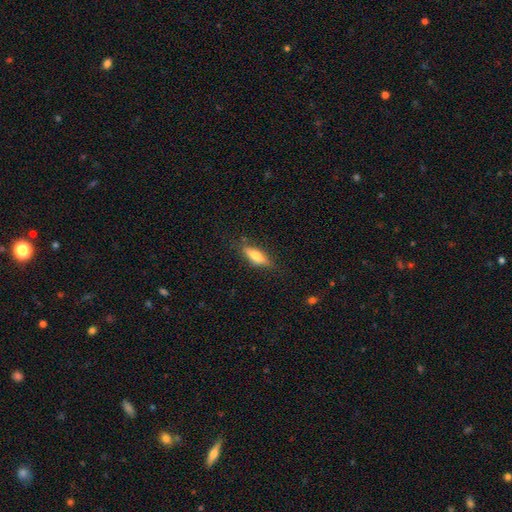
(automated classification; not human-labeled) smooth_or_featured: smooth (p=0.66) [alt: featured or disk p=0.27]
how_rounded: in between (p=0.51) [alt: cigar-shaped p=0.47]
merging: none (p=0.78) [alt: minor disturbance p=0.16]